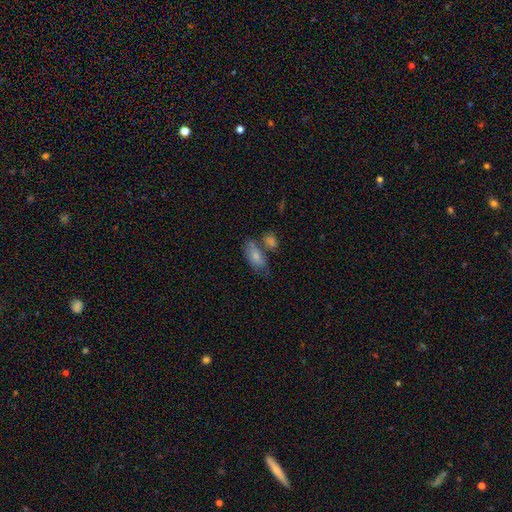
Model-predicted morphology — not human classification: smooth_or_featured: smooth (p=0.74) [alt: featured or disk p=0.20]
how_rounded: in between (p=0.88) [alt: cigar-shaped p=0.08]
merging: none (p=0.42) [alt: merger p=0.32]